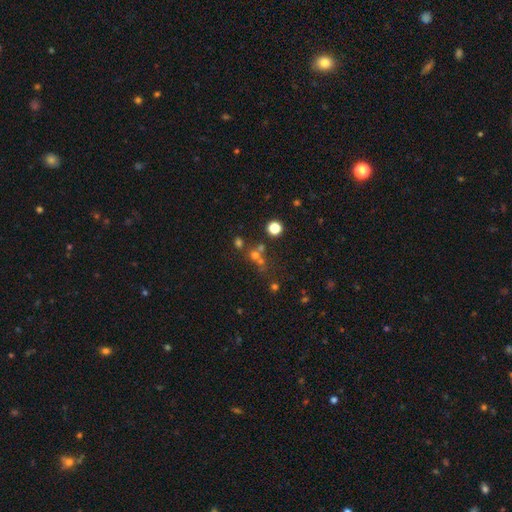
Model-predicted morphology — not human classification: This appears to be a smooth galaxy with no disk features (46%). Merging: none (53%).